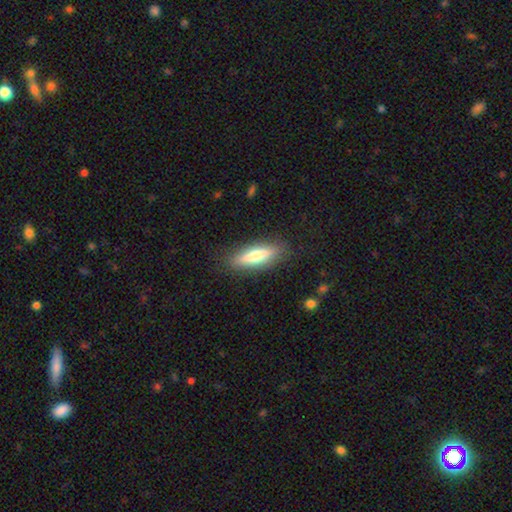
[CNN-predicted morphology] A smooth galaxy with no disk features (60%) that is cigar-shaped (59%). Merging: none (87%).